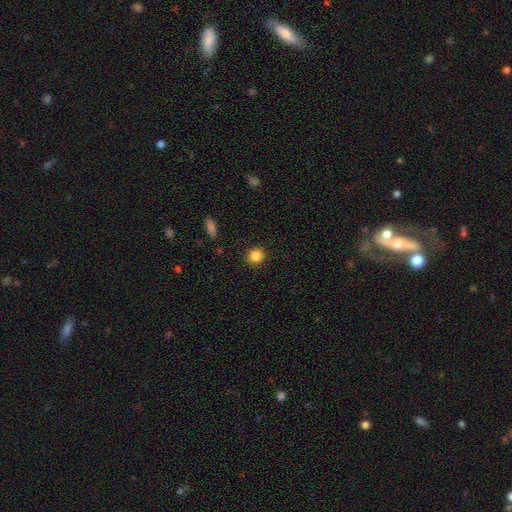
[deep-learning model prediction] This is clearly a smooth galaxy (85%). How rounded: clearly round (91%). Merging: clearly none (91%).